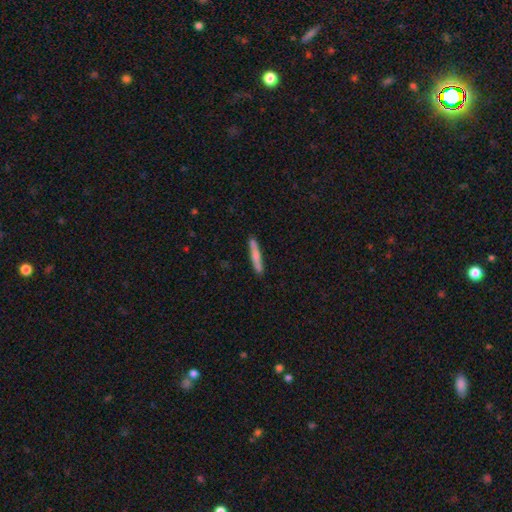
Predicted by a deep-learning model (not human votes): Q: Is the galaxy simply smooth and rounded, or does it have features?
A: smooth — 68%.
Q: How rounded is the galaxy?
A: cigar-shaped — 94%.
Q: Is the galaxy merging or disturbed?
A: none — 82%.